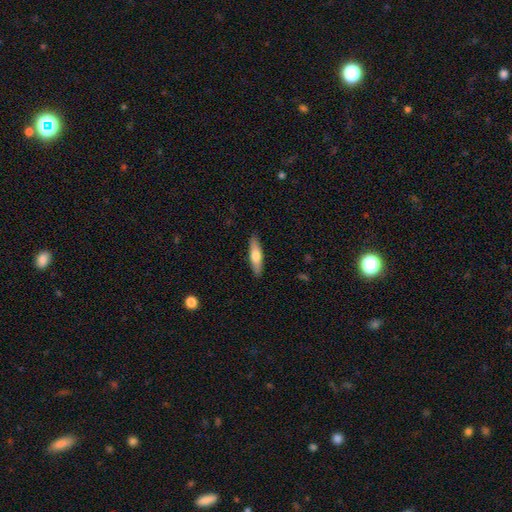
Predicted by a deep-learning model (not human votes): A smooth galaxy with no disk features (64%) that is cigar-shaped (70%). Merging: none (89%).